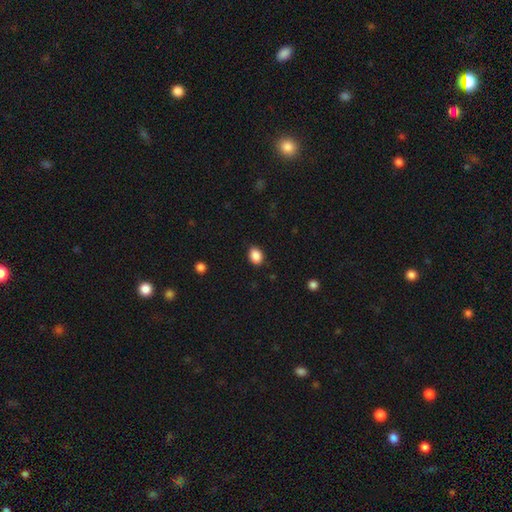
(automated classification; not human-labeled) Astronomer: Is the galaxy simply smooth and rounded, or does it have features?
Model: smooth — 88%.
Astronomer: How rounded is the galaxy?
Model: in between — 66%.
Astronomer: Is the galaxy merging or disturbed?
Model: none — 86%.